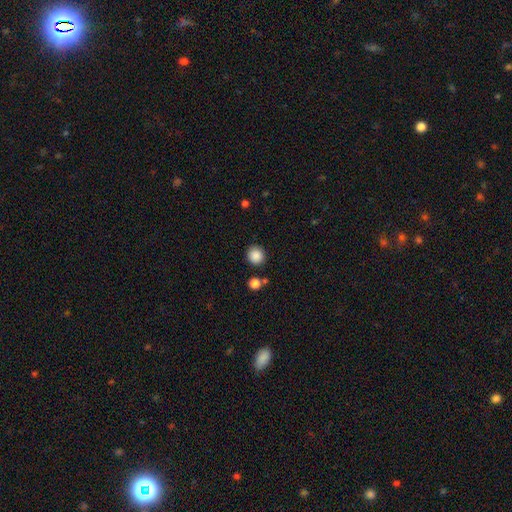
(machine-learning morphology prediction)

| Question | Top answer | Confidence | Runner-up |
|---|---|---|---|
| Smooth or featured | smooth | 88% | star or artifact (9%) |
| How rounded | round | 91% | in between (8%) |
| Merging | none | 86% | minor disturbance (8%) |